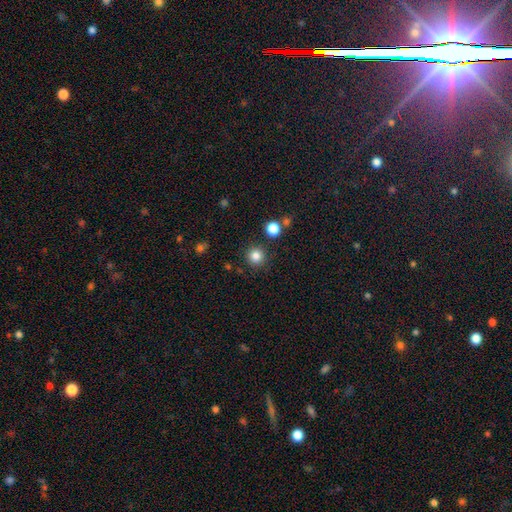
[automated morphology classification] The model was most divided on "smooth or featured": smooth: 83%, star or artifact: 12%, featured or disk: 5%. More confident: how rounded — round (95%); merging — none (88%).